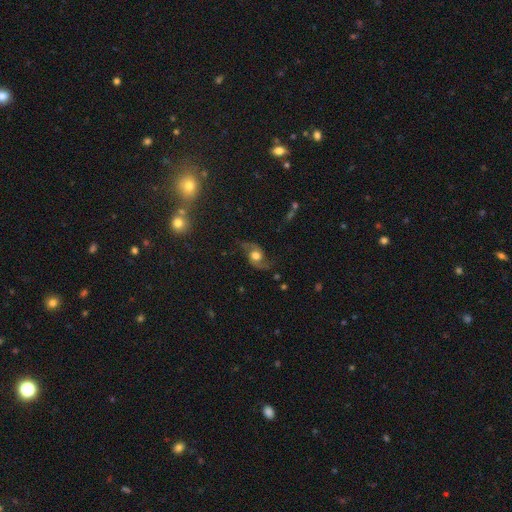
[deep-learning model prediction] Morphology: type=featured or disk (79%); edge-on=no (95%); bar=no (70%); spiral arms=yes (94%); winding=loose (72%); arm count=2 (94%); bulge=moderate (50%); merging=none (73%).